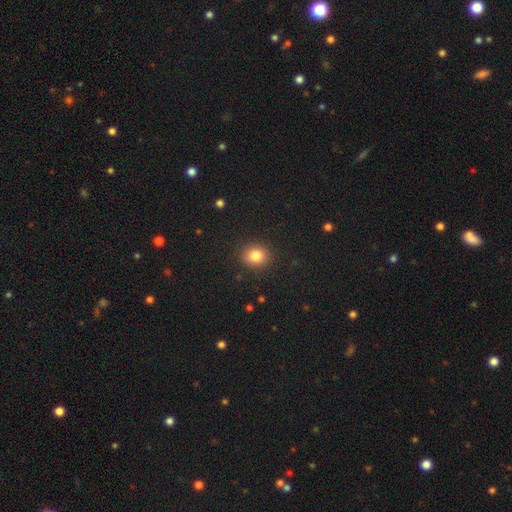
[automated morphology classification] smooth_or_featured: smooth (p=0.82) [alt: star or artifact p=0.11]
how_rounded: round (p=0.72) [alt: in between p=0.27]
merging: none (p=0.89) [alt: minor disturbance p=0.07]